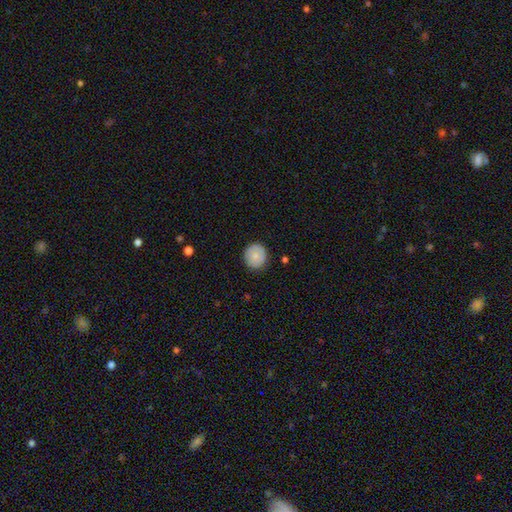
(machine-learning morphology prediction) A smooth galaxy with no disk features (73%) that is round (92%).

Vote fractions:
- Smooth or featured? smooth: 73% / featured or disk: 19% / star or artifact: 7%
- How rounded? round: 92% / in between: 7% / cigar-shaped: 1%
- Merging? none: 88% / minor disturbance: 9% / major disturbance: 2% / merger: 1%